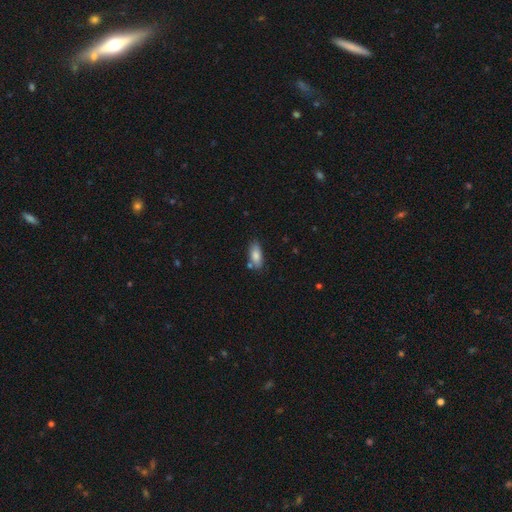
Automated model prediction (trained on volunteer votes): A smooth galaxy with no disk features (82%) that is in between round and cigar-shaped (86%). Merging: none (71%).